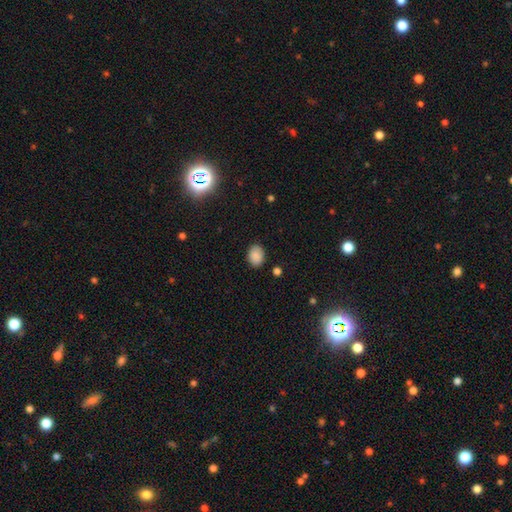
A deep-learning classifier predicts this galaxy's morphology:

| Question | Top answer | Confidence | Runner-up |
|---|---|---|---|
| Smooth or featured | smooth | 87% | star or artifact (9%) |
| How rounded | in between | 69% | round (30%) |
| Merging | none | 85% | minor disturbance (11%) |